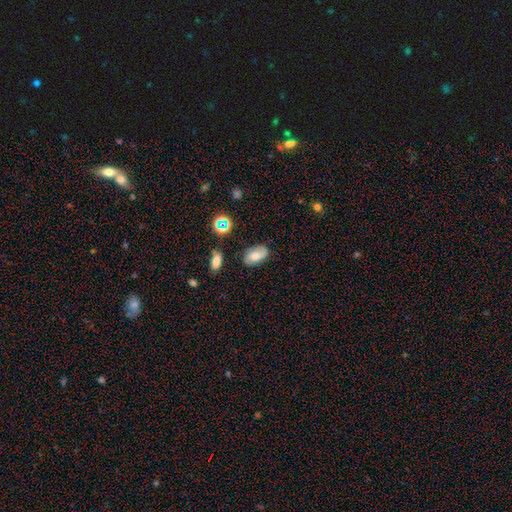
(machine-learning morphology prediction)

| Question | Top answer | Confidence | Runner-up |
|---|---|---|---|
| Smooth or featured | smooth | 57% | featured or disk (32%) |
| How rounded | in between | 90% | round (8%) |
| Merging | none | 74% | minor disturbance (19%) |